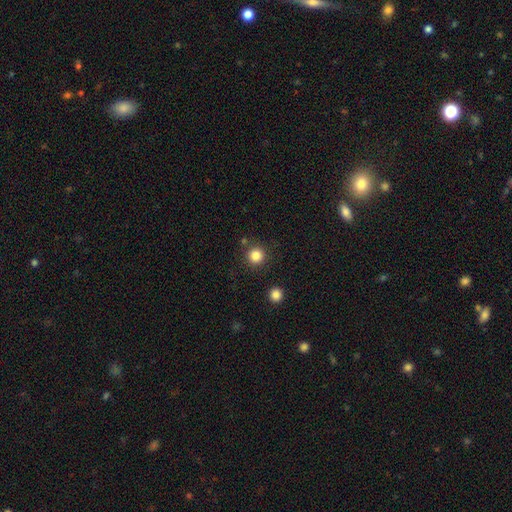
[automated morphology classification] Smooth or featured? smooth (84%)
How rounded? round (94%)
Merging? none (87%)